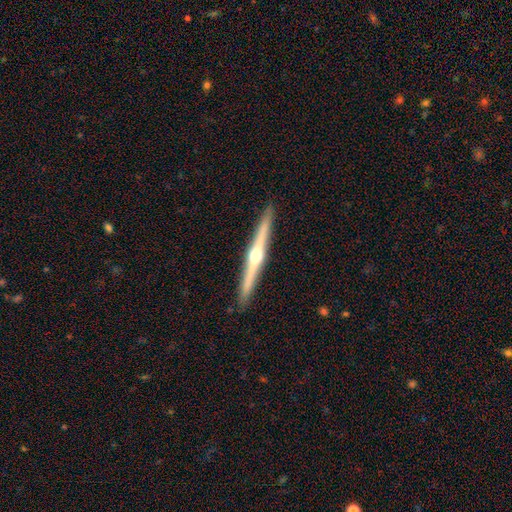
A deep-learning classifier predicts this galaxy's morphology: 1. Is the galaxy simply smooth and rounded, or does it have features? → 78% featured or disk, 17% smooth, 5% star or artifact.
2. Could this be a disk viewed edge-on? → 98% yes, 2% no.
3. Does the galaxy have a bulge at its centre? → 93% rounded, 5% none, 2% boxy.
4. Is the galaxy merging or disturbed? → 92% none, 6% minor disturbance, 1% major disturbance, 1% merger.